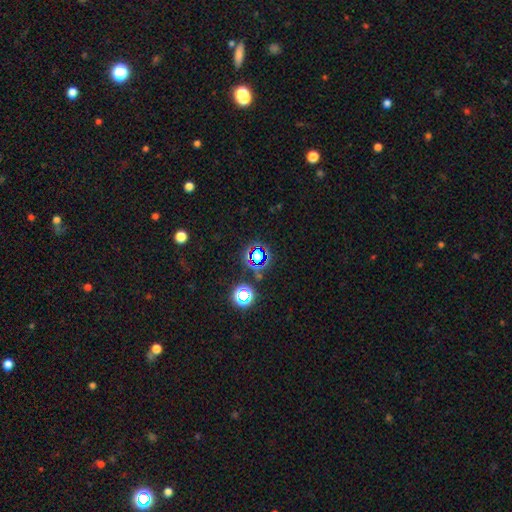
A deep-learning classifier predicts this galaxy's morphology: A star or artifact, not a galaxy (61%).

Vote fractions:
- Smooth or featured? star or artifact: 61% / smooth: 29% / featured or disk: 10%